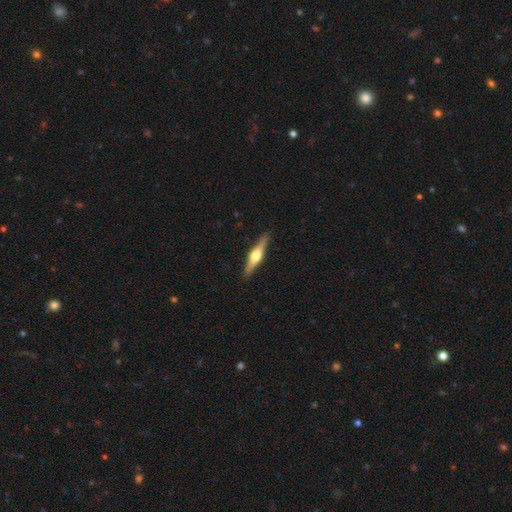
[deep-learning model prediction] Smooth or featured?
  - featured or disk: 71% *
  - smooth: 24%
  - star or artifact: 5%
Edge-on disk?
  - yes: 98% *
  - no: 2%
Edge-on bulge?
  - rounded: 94% *
  - boxy: 4%
  - none: 2%
Merging?
  - none: 91% *
  - minor disturbance: 6%
  - major disturbance: 1%
  - merger: 1%